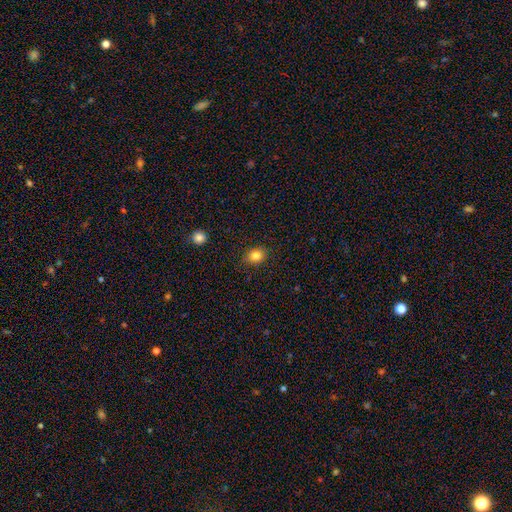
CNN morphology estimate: Q: Smooth or featured?
A: smooth (83%); runner-up: star or artifact (10%)
Q: How rounded?
A: round (51%); runner-up: in between (48%)
Q: Merging?
A: none (87%); runner-up: minor disturbance (10%)